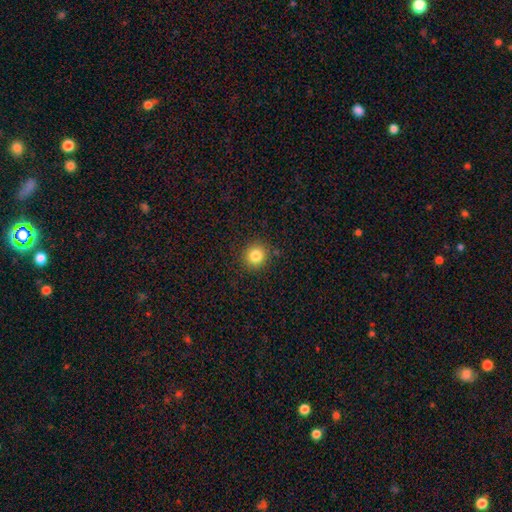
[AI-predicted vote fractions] Smooth or featured? smooth (83%)
How rounded? round (92%)
Merging? none (89%)